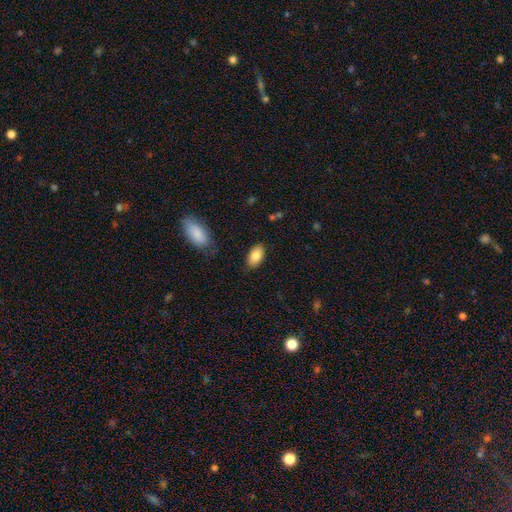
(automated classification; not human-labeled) smooth_or_featured: smooth (p=0.84) [alt: featured or disk p=0.09]
how_rounded: in between (p=0.94) [alt: round p=0.04]
merging: none (p=0.84) [alt: minor disturbance p=0.11]